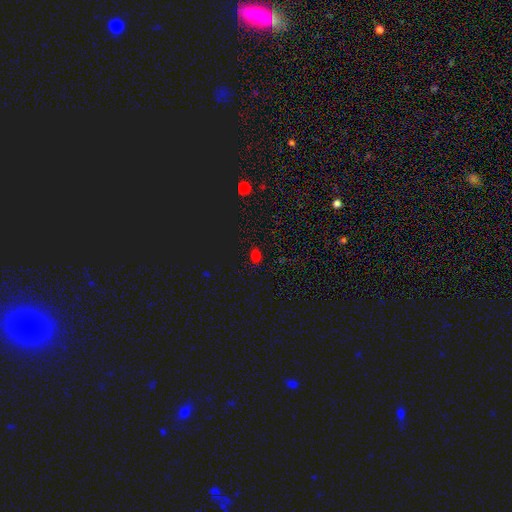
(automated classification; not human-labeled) Smooth or featured: smooth — 67% (star or artifact — 29%)
How rounded: in between — 76% (round — 22%)
Merging: none — 85% (minor disturbance — 11%)